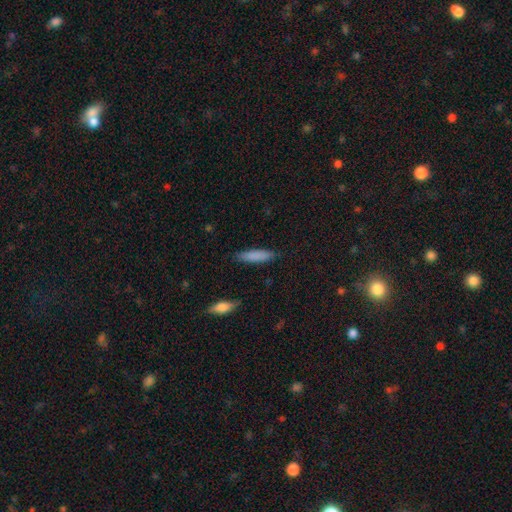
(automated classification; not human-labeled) Smooth or featured? smooth (83%)
How rounded? cigar-shaped (75%)
Merging? none (85%)